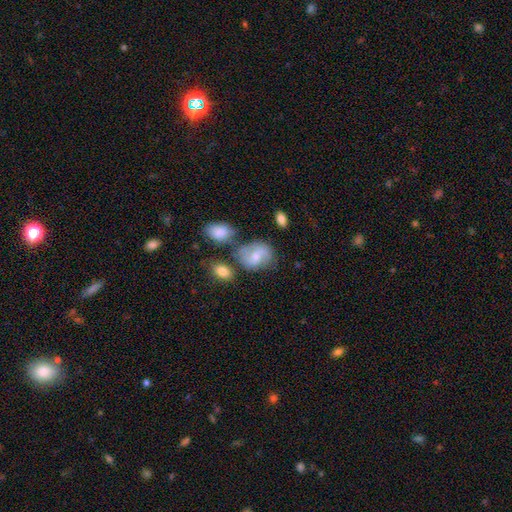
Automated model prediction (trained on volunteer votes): This appears to be a featured or disk galaxy (46%). Merging: none (54%).